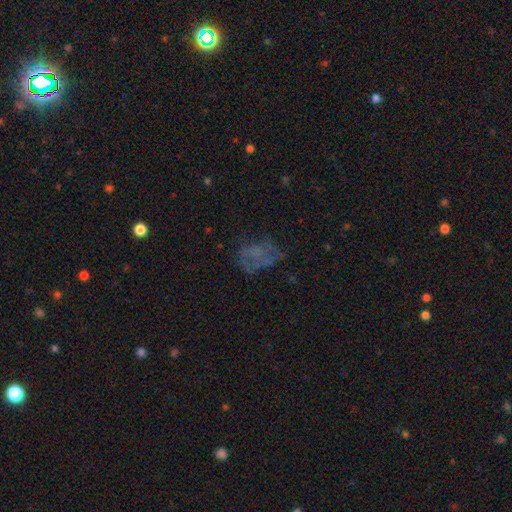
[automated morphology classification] type=featured or disk (44%); merging=none (48%).